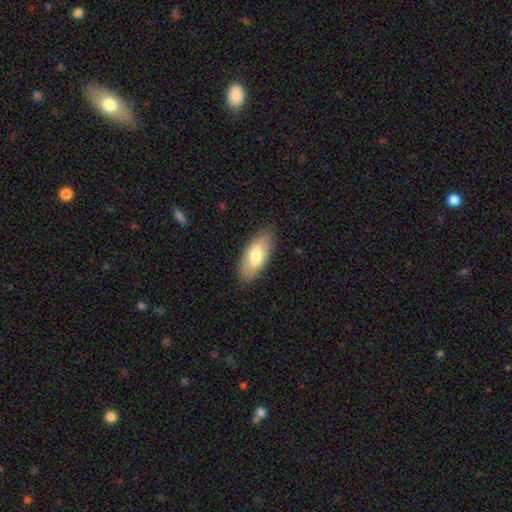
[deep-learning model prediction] A smooth galaxy with no disk features (74%) that is in between round and cigar-shaped (84%). Merging: none (86%).